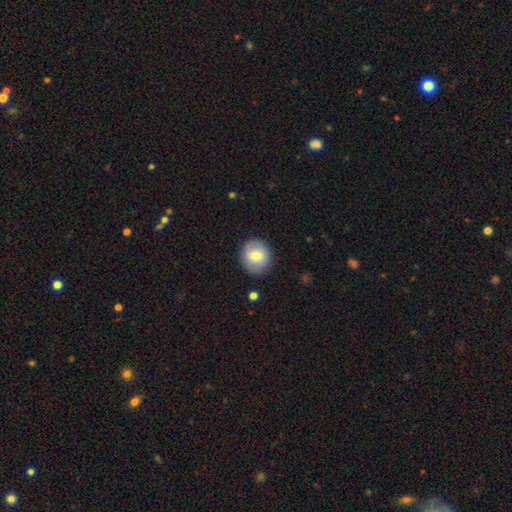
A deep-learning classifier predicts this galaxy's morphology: Q: Smooth or featured?
A: smooth (72%); runner-up: featured or disk (21%)
Q: How rounded?
A: round (85%); runner-up: in between (14%)
Q: Merging?
A: none (87%); runner-up: minor disturbance (9%)